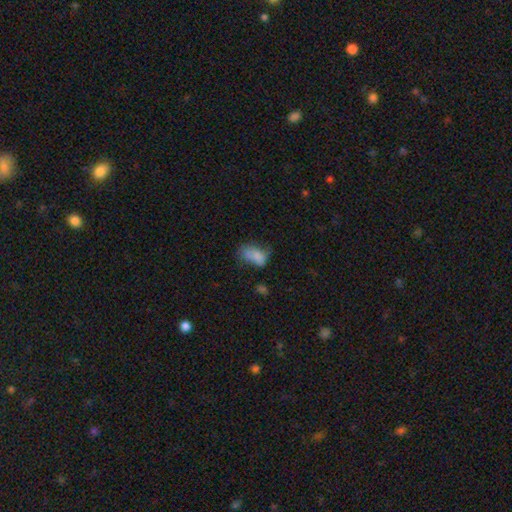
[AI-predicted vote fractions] Smooth or featured?
  - smooth: 74% *
  - featured or disk: 14%
  - star or artifact: 11%
How rounded?
  - in between: 88% *
  - round: 10%
  - cigar-shaped: 2%
Merging?
  - none: 32% *
  - minor disturbance: 30%
  - major disturbance: 26%
  - merger: 12%